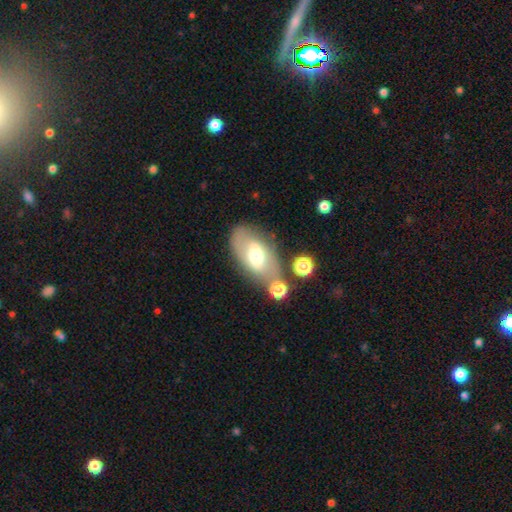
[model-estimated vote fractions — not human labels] Morphology: type=featured or disk (46%); merging=none (60%).